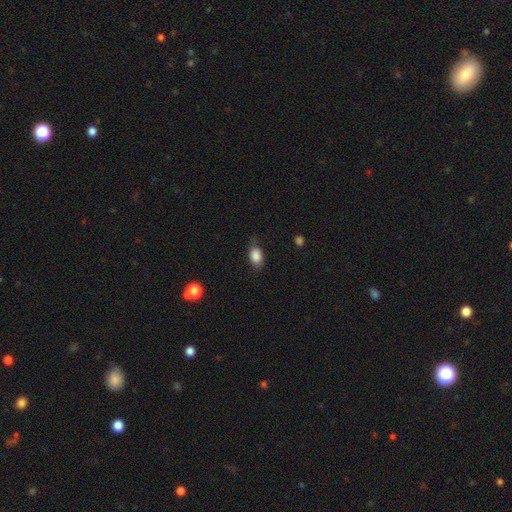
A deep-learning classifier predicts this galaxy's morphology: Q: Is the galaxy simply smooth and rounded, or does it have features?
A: smooth — 86%.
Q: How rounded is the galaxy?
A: in between — 83%.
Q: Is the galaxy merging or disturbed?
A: none — 73%.